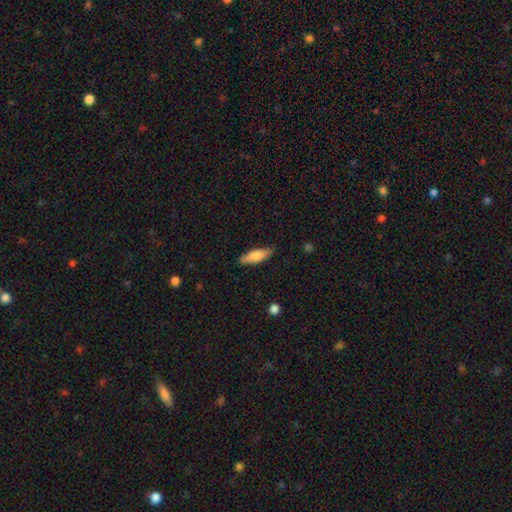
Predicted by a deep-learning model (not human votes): Smooth or featured? Predicted: smooth (p=0.69). How rounded? Predicted: cigar-shaped (p=0.49, tied with in between). Merging? Predicted: none (p=0.82).